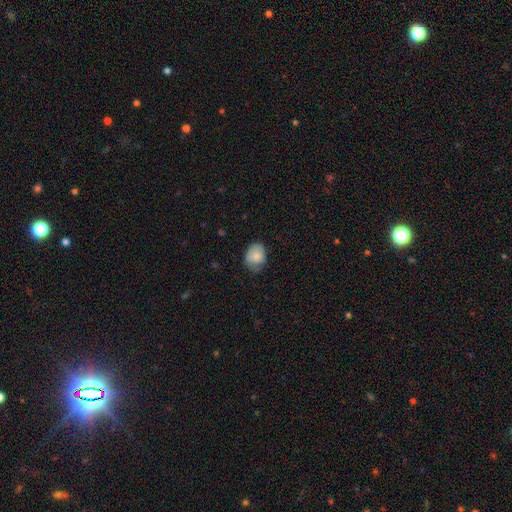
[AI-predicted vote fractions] Morphology: type=smooth (79%); roundness=in between (57%); merging=none (50%).